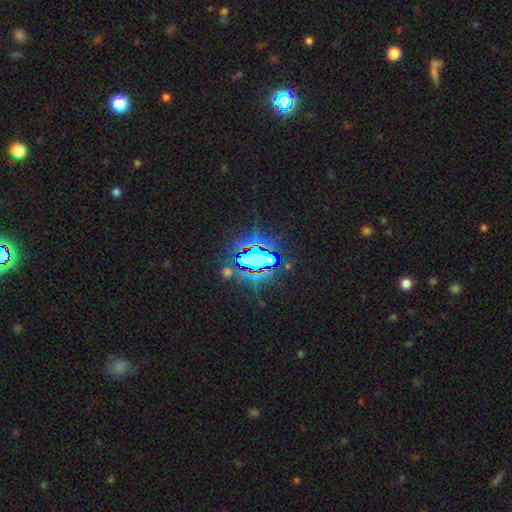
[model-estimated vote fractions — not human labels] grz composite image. It shows a star or artifact, not a galaxy (83%).